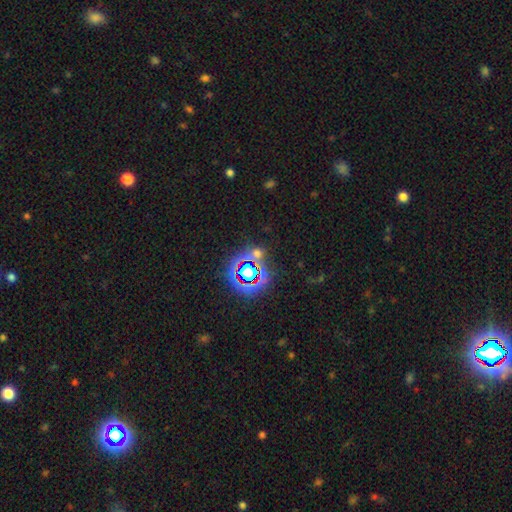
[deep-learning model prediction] Smooth or featured: star or artifact — 72% (smooth — 19%)